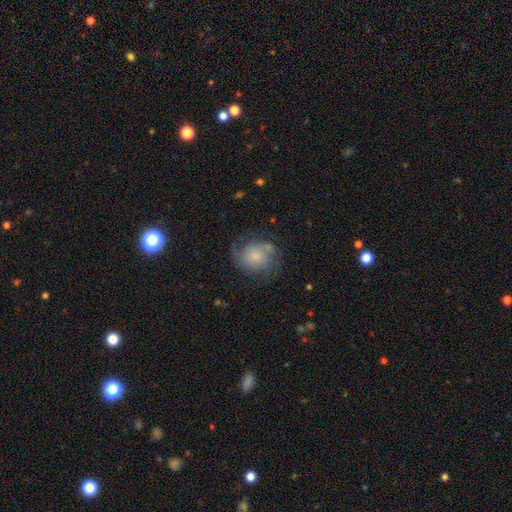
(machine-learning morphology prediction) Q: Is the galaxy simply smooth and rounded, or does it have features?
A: smooth — 47%.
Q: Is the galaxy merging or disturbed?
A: none — 56%.